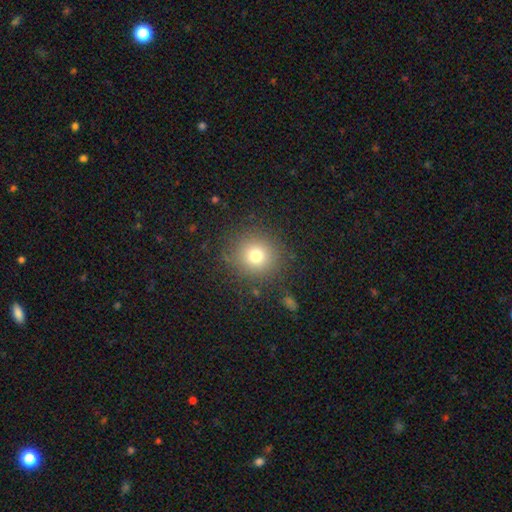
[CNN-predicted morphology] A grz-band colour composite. It shows a smooth galaxy with no disk features (75%) that is round (92%). Merging: none (86%).